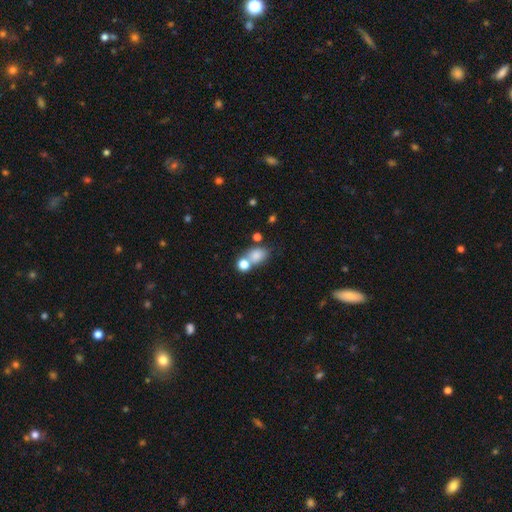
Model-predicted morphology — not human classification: Q: Smooth or featured?
A: smooth (79%); runner-up: star or artifact (12%)
Q: How rounded?
A: in between (67%); runner-up: round (32%)
Q: Merging?
A: none (48%); runner-up: merger (34%)